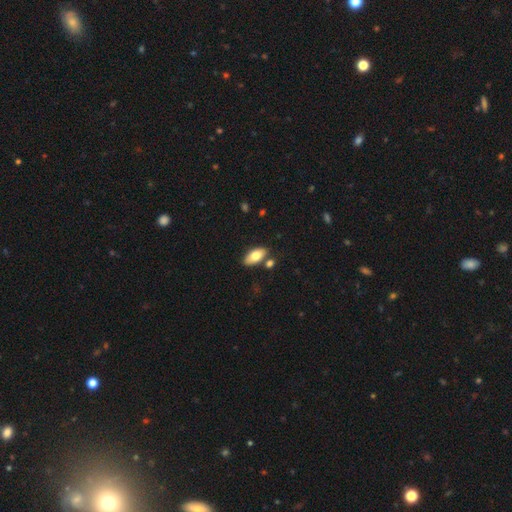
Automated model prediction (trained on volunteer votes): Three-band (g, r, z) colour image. It shows a smooth galaxy with no disk features (76%) that is in between round and cigar-shaped (91%). Merging: none (78%).